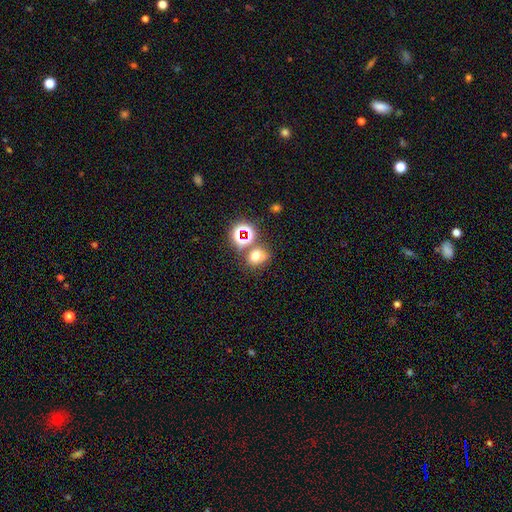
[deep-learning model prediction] Morphology: type=smooth (64%); roundness=round (57%); merging=none (62%).